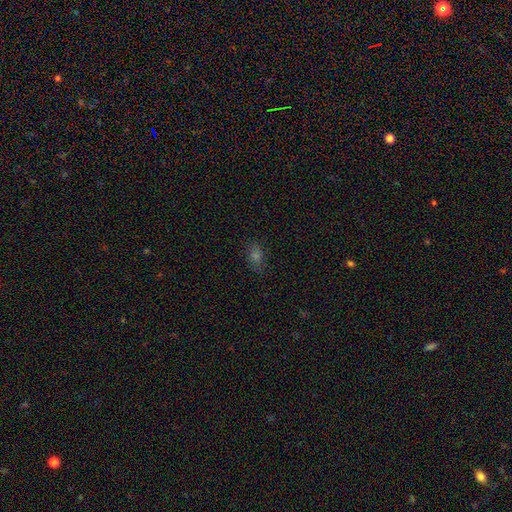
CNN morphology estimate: Smooth or featured: smooth — 55% (star or artifact — 29%)
How rounded: in between — 72% (round — 24%)
Merging: none — 81% (minor disturbance — 14%)